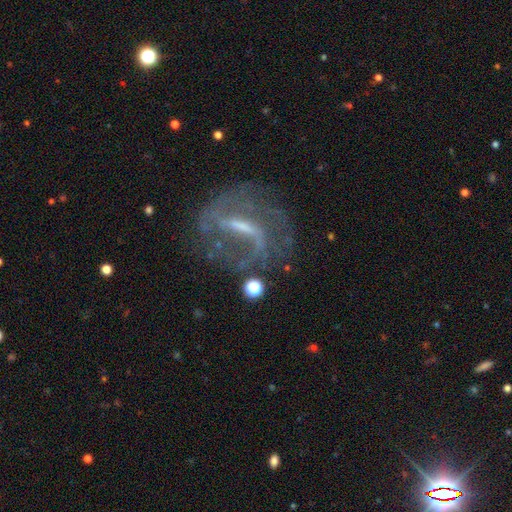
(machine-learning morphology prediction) smooth_or_featured: featured or disk (p=0.80) [alt: star or artifact p=0.11]
disk_edge_on: no (p=0.91) [alt: yes p=0.09]
bar: strong (p=0.53) [alt: weak p=0.36]
has_spiral_arms: yes (p=0.85) [alt: no p=0.15]
spiral_winding: medium (p=0.43) [alt: loose p=0.31]
spiral_arm_count: 2 (p=0.62) [alt: can't tell p=0.20]
bulge_size: small (p=0.49) [alt: moderate p=0.27]
merging: none (p=0.63) [alt: minor disturbance p=0.17]